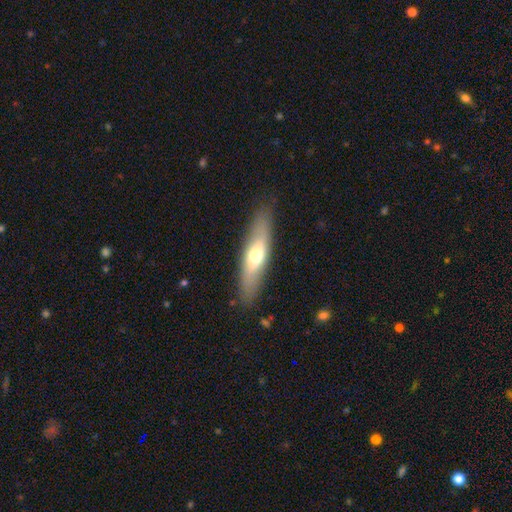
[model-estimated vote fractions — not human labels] This appears to be a smooth galaxy with no disk features (54%) that is cigar-shaped (62%). Merging: none (86%).